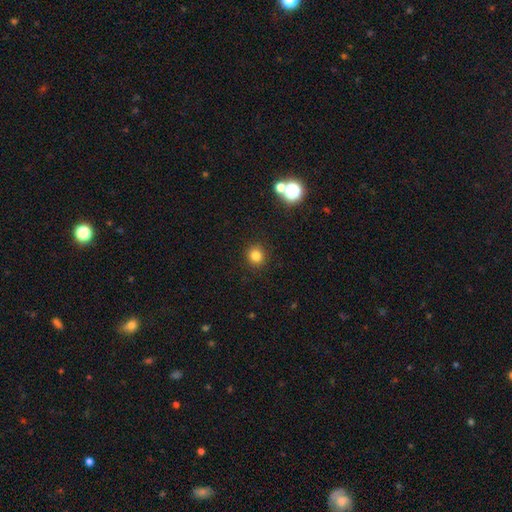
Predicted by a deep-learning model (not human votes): Smooth or featured? smooth (81%)
How rounded? round (91%)
Merging? none (91%)